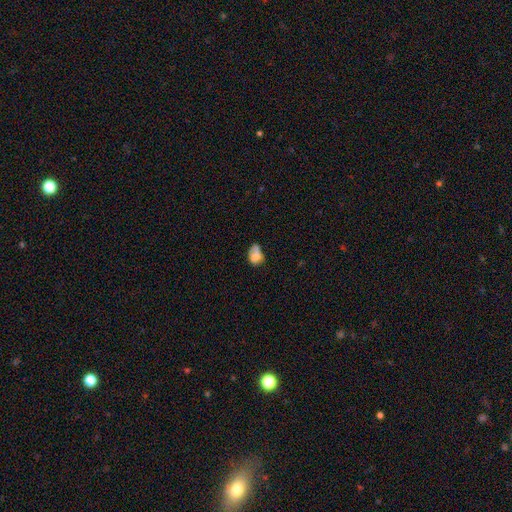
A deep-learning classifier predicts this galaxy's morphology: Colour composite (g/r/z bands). It shows a smooth galaxy with no disk features (70%) that is in between round and cigar-shaped (78%). Merging: none (35%).